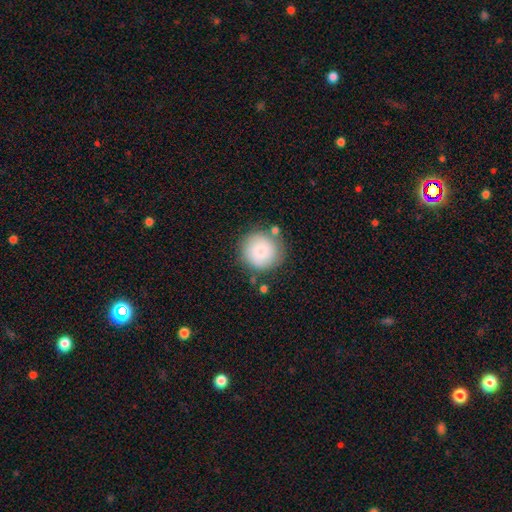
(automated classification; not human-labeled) A smooth galaxy with no disk features (81%) that is round (94%).

Vote fractions:
- Smooth or featured? smooth: 81% / featured or disk: 12% / star or artifact: 7%
- How rounded? round: 94% / in between: 5% / cigar-shaped: 1%
- Merging? none: 77% / minor disturbance: 13% / merger: 5% / major disturbance: 4%